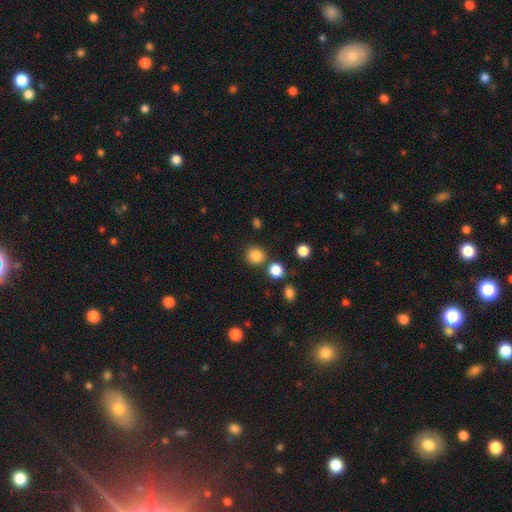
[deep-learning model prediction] A smooth galaxy with no disk features (84%) that is round (91%). Merging: none (81%).